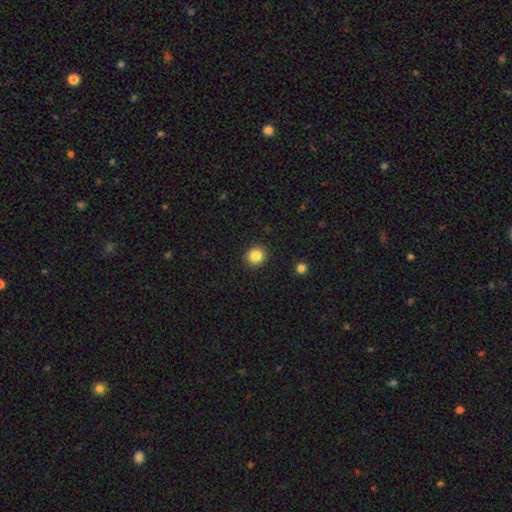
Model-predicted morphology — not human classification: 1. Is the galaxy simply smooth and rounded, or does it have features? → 85% smooth, 10% star or artifact, 5% featured or disk.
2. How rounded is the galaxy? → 89% round, 10% in between, 1% cigar-shaped.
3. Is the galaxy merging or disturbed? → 92% none, 5% minor disturbance, 2% major disturbance, 1% merger.